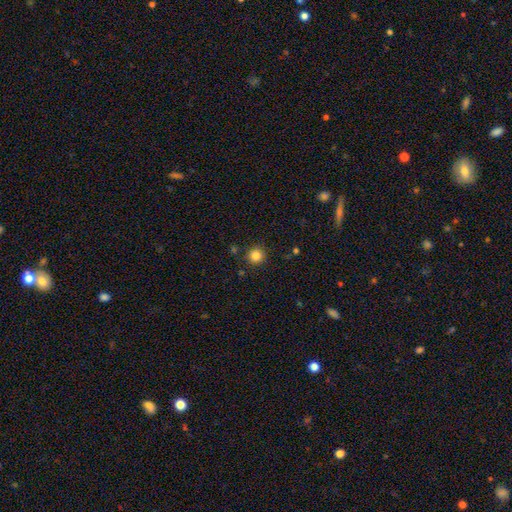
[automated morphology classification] A smooth galaxy with no disk features (84%) that is round (94%).

Vote fractions:
- Smooth or featured? smooth: 84% / star or artifact: 12% / featured or disk: 4%
- How rounded? round: 94% / in between: 5% / cigar-shaped: 1%
- Merging? none: 88% / minor disturbance: 7% / merger: 3% / major disturbance: 2%